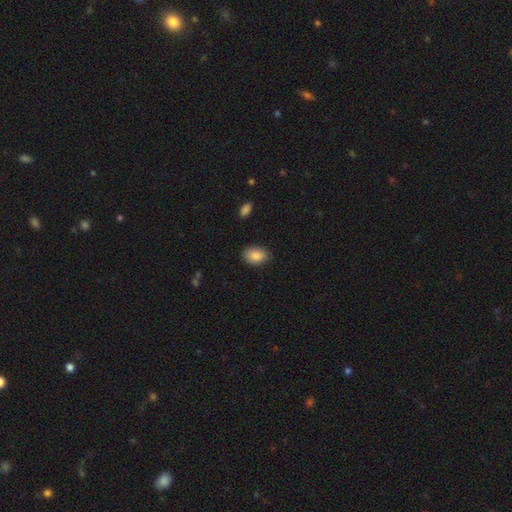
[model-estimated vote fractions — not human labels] This appears to be a smooth galaxy with no disk features (87%) that is in between round and cigar-shaped (86%). Merging: none (82%).